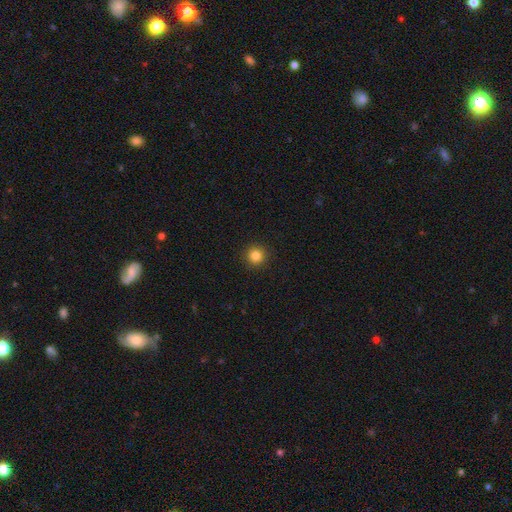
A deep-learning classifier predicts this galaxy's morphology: Q: Smooth or featured?
A: smooth (84%); runner-up: star or artifact (12%)
Q: How rounded?
A: round (95%); runner-up: in between (4%)
Q: Merging?
A: none (93%); runner-up: minor disturbance (5%)